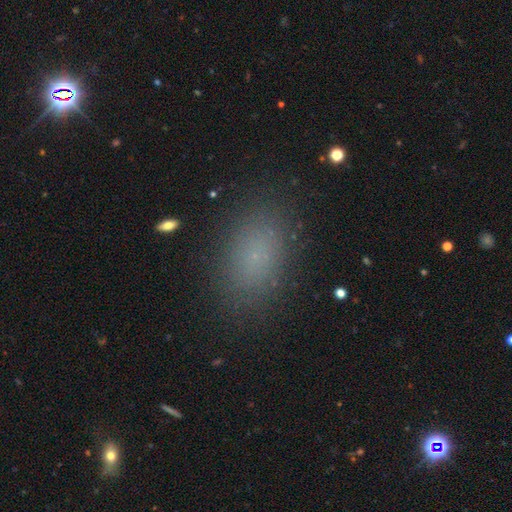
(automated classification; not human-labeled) A smooth galaxy with no disk features (78%) that is in between round and cigar-shaped (87%).

Vote fractions:
- Smooth or featured? smooth: 78% / star or artifact: 15% / featured or disk: 7%
- How rounded? in between: 87% / round: 11% / cigar-shaped: 2%
- Merging? none: 86% / minor disturbance: 9% / major disturbance: 3% / merger: 1%